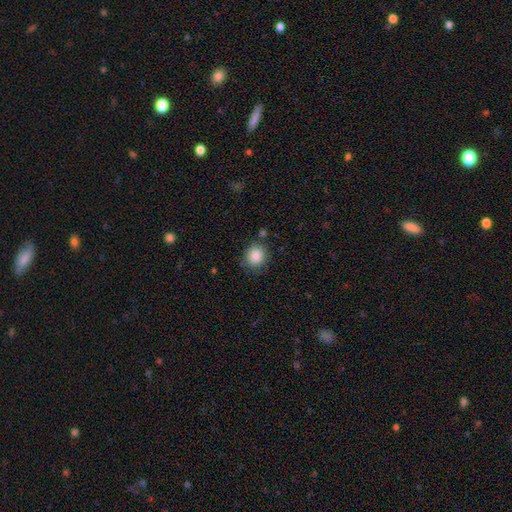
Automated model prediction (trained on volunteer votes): A smooth galaxy with no disk features (87%) that is round (76%).

Vote fractions:
- Smooth or featured? smooth: 87% / star or artifact: 9% / featured or disk: 4%
- How rounded? round: 76% / in between: 23% / cigar-shaped: 1%
- Merging? none: 80% / minor disturbance: 13% / major disturbance: 4% / merger: 3%